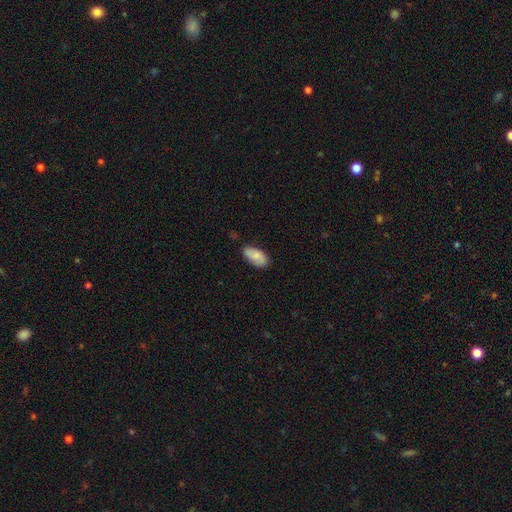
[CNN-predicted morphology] smooth_or_featured: smooth (p=0.75) [alt: featured or disk p=0.19]
how_rounded: in between (p=0.92) [alt: cigar-shaped p=0.05]
merging: none (p=0.74) [alt: minor disturbance p=0.21]